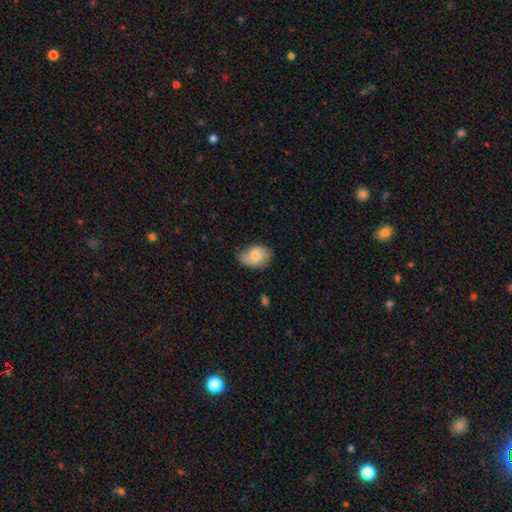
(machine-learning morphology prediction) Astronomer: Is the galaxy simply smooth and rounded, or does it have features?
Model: smooth — 70%.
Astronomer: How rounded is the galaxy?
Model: in between — 77%.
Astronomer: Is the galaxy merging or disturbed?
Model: none — 59%.